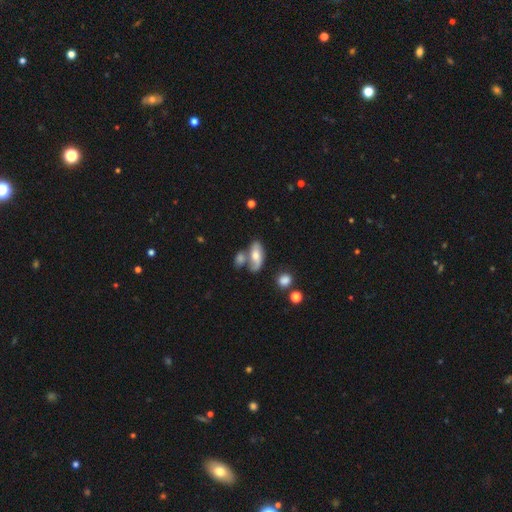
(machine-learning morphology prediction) Smooth or featured: smooth — 57% (featured or disk — 34%)
How rounded: in between — 82% (cigar-shaped — 12%)
Merging: none — 41% (merger — 32%)